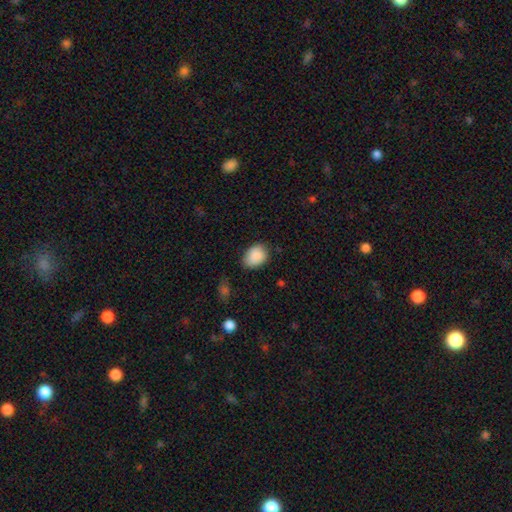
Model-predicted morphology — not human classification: This appears to be a smooth galaxy with no disk features (89%) that is in between round and cigar-shaped (68%). Merging: none (73%).